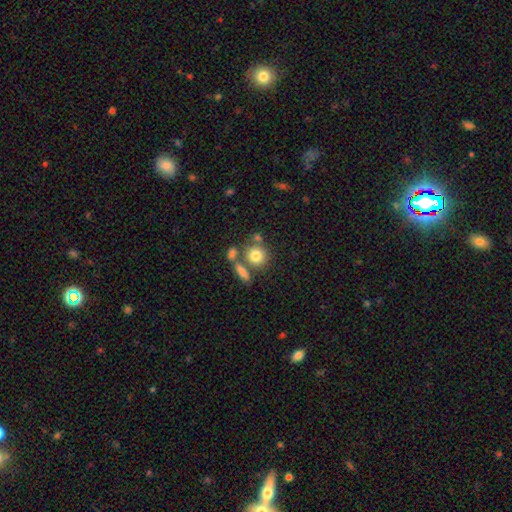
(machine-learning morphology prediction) Q: Smooth or featured?
A: smooth (78%); runner-up: featured or disk (12%)
Q: How rounded?
A: round (80%); runner-up: in between (18%)
Q: Merging?
A: none (58%); runner-up: merger (26%)